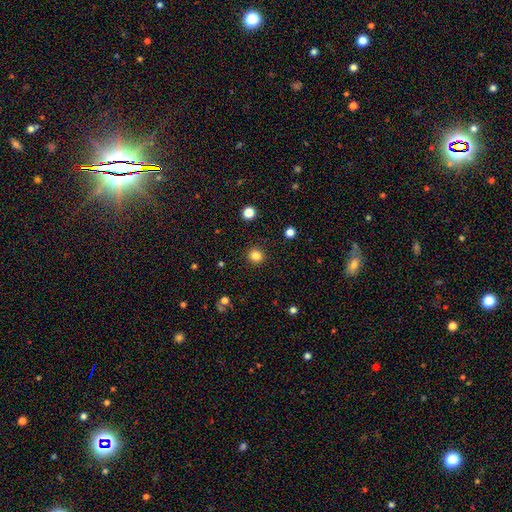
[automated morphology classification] A smooth galaxy with no disk features (83%) that is round (93%).

Vote fractions:
- Smooth or featured? smooth: 83% / star or artifact: 13% / featured or disk: 4%
- How rounded? round: 93% / in between: 6% / cigar-shaped: 1%
- Merging? none: 92% / minor disturbance: 5% / major disturbance: 2% / merger: 1%